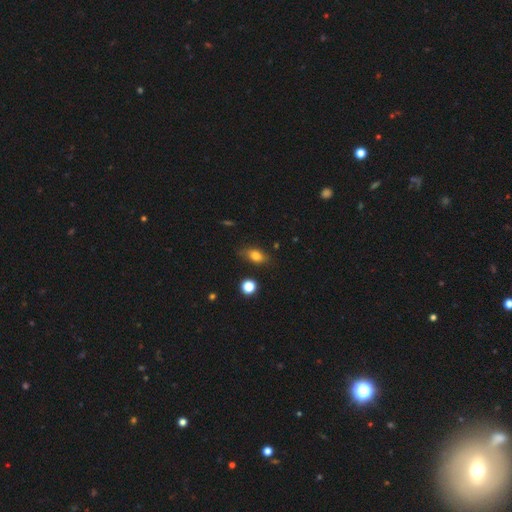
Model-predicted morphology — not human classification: type=smooth (77%); roundness=in between (78%); merging=none (75%).